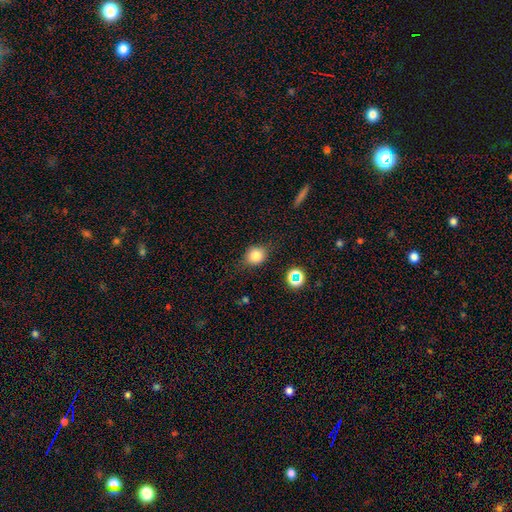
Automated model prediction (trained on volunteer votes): A smooth galaxy with no disk features (78%) that is round (62%). Merging: none (75%).